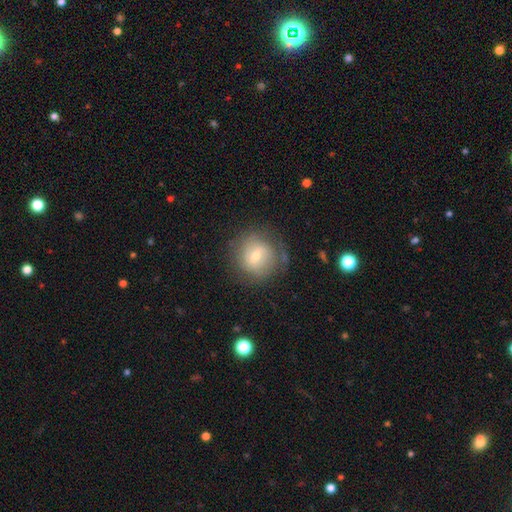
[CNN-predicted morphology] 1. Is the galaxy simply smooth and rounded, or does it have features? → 50% smooth, 41% featured or disk, 9% star or artifact.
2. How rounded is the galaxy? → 89% round, 10% in between, 1% cigar-shaped.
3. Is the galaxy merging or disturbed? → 73% none, 17% minor disturbance, 9% major disturbance, 2% merger.